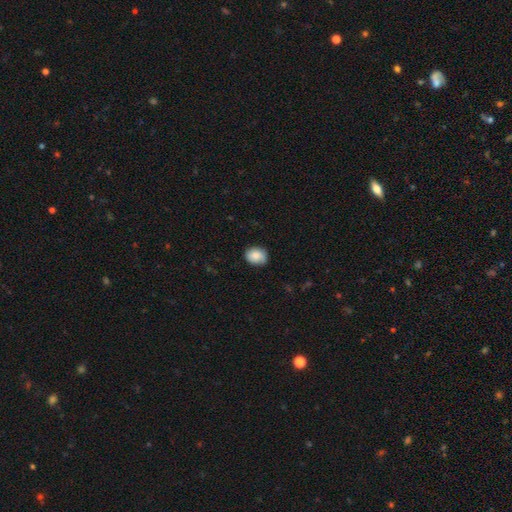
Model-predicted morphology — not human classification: The model was most divided on "how rounded": round: 50%, in between: 49%, cigar-shaped: 1%. More confident: smooth or featured — smooth (85%); merging — none (82%).